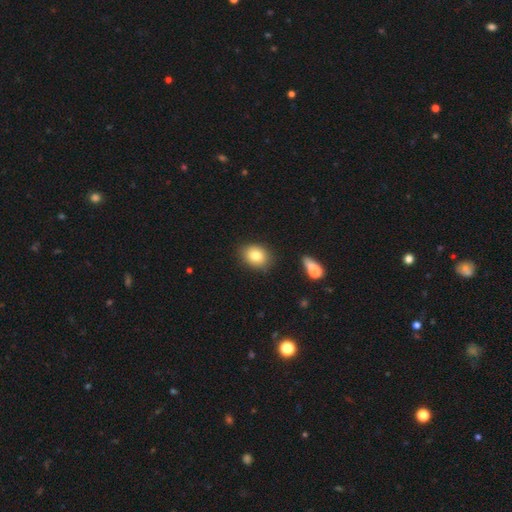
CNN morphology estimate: type=smooth (81%); roundness=in between (57%); merging=none (83%).